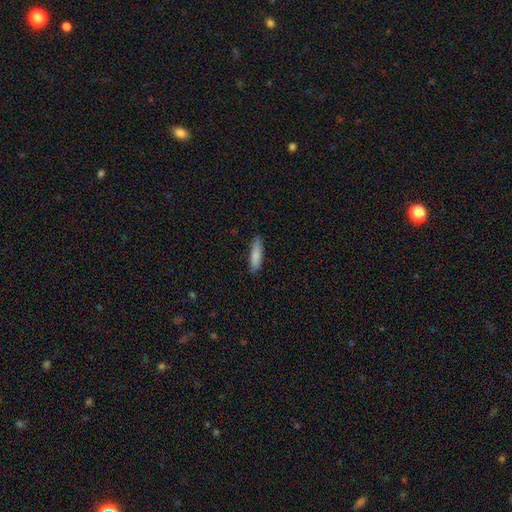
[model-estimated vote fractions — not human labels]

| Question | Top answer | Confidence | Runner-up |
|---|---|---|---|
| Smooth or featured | smooth | 85% | featured or disk (10%) |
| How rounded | cigar-shaped | 67% | in between (32%) |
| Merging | none | 84% | minor disturbance (13%) |